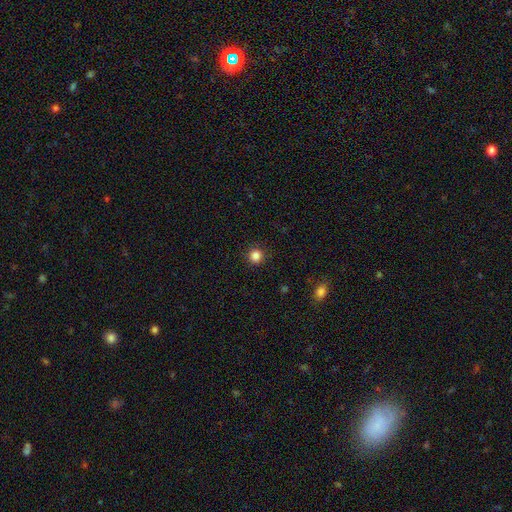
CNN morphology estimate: This appears to be a smooth galaxy with no disk features (85%) that is round (94%). Merging: none (91%).